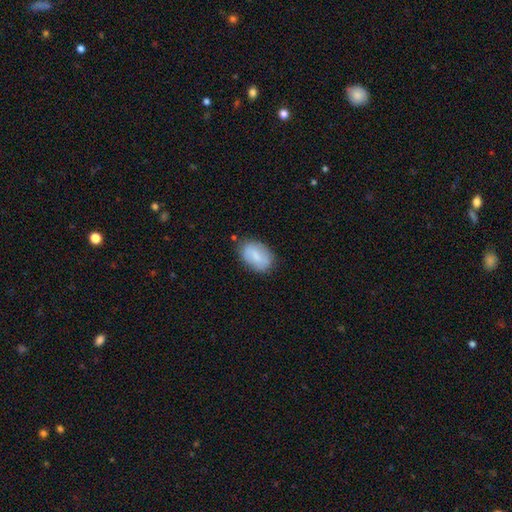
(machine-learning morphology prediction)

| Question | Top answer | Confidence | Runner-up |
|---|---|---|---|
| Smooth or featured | smooth | 73% | featured or disk (21%) |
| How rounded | in between | 88% | round (10%) |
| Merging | none | 75% | minor disturbance (18%) |